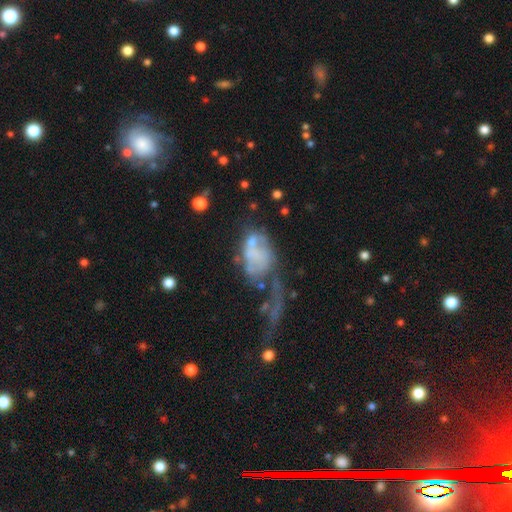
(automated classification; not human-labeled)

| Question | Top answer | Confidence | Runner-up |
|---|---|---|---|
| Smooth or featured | featured or disk | 51% | smooth (36%) |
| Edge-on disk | no | 97% | yes (3%) |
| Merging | major disturbance | 44% | merger (27%) |